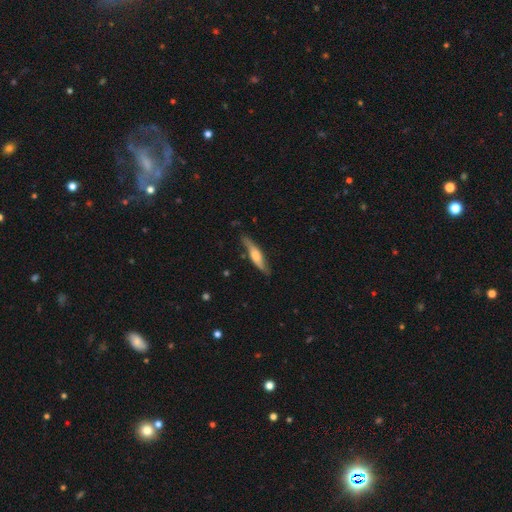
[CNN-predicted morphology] The model was most divided on "smooth or featured": featured or disk: 53%, smooth: 41%, star or artifact: 6%. More confident: edge-on disk — yes (83%); merging — none (75%).